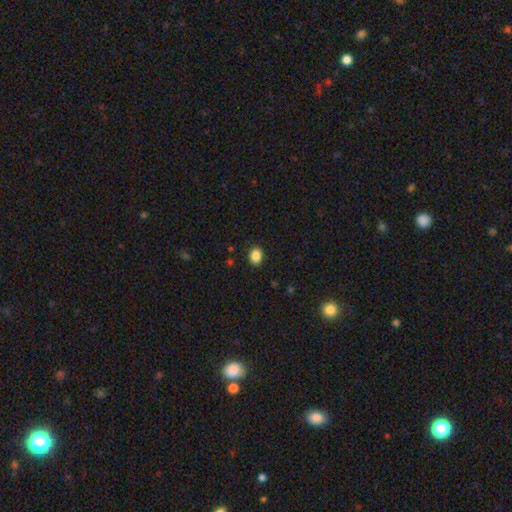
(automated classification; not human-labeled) The model was most divided on "how rounded": in between: 56%, round: 43%, cigar-shaped: 1%. More confident: merging — none (90%); smooth or featured — smooth (87%).